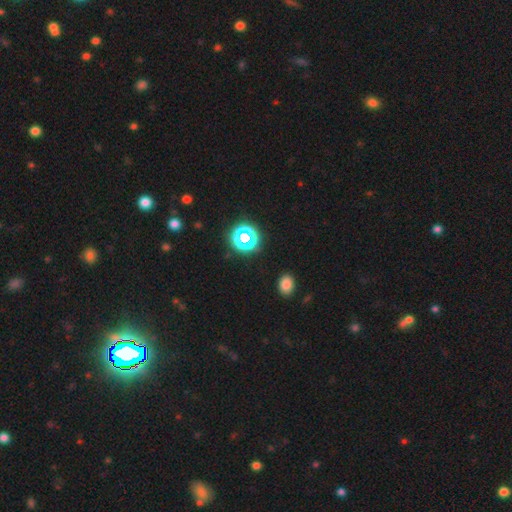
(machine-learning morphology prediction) smooth_or_featured: star or artifact (p=0.69) [alt: smooth p=0.25]